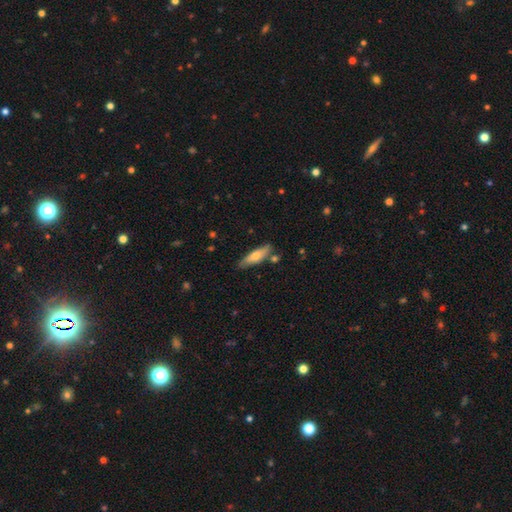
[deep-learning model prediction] Morphology: type=smooth (63%); roundness=cigar-shaped (61%); merging=none (76%).